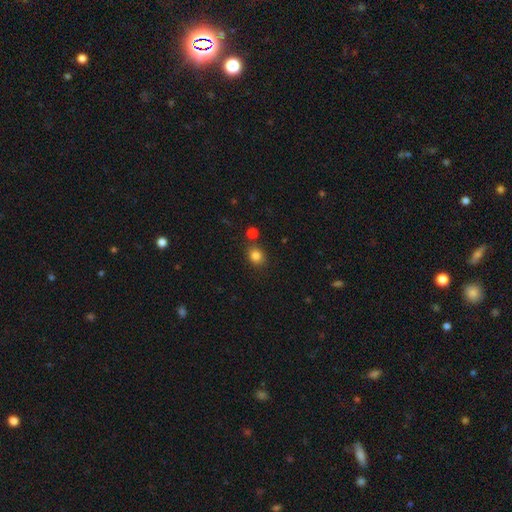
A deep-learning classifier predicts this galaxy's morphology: Overall: smooth (82%). How rounded: round (66%; in between 33%). Merging: none (74%).